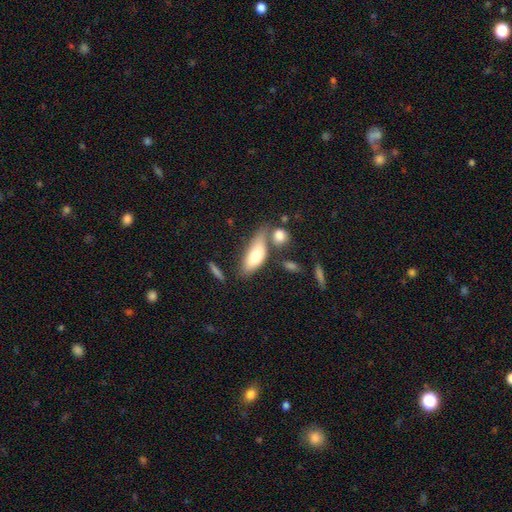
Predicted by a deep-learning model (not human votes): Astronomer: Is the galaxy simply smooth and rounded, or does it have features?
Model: smooth — 70%.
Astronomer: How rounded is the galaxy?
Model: in between — 75%.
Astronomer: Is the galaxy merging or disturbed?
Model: none — 44% (runner-up: merger, 26%).